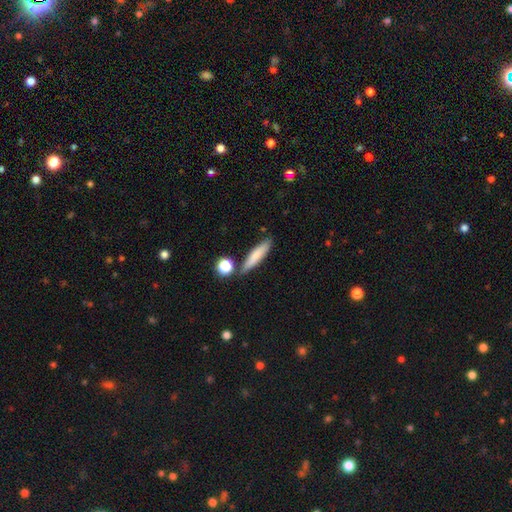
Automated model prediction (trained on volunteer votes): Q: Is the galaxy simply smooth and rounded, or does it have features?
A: smooth — 76%.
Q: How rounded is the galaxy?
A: cigar-shaped — 79%.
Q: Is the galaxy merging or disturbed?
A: none — 75%.